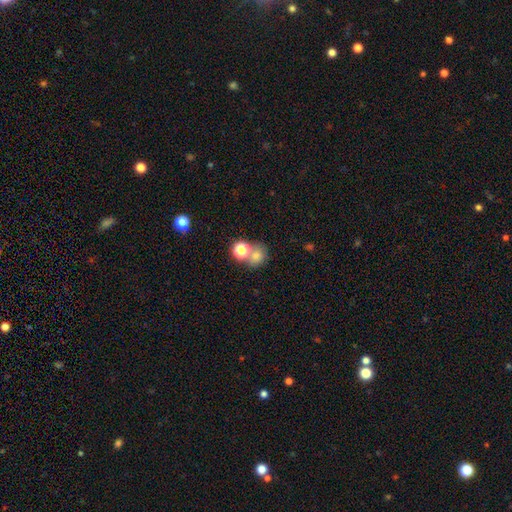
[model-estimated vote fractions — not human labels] This appears to be a smooth galaxy with no disk features (73%) that is round (73%). Merging: none (46%).